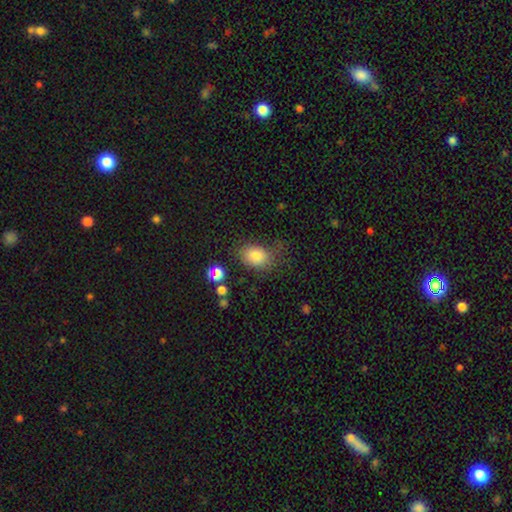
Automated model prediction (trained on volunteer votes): Overall: smooth (81%). How rounded: in between (76%). Merging: none (65%).